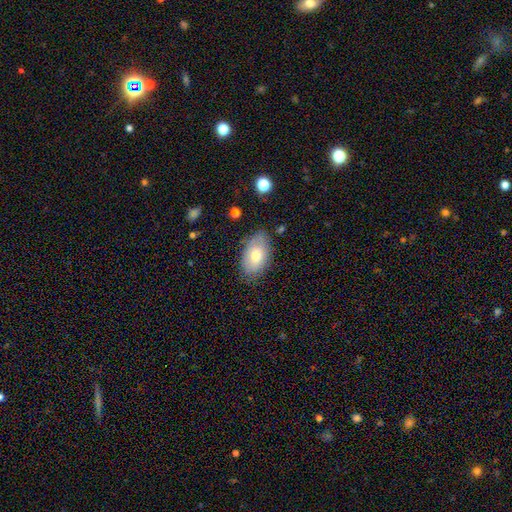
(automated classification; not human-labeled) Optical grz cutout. It shows a smooth galaxy with no disk features (66%) that is in between round and cigar-shaped (93%). Merging: none (73%).